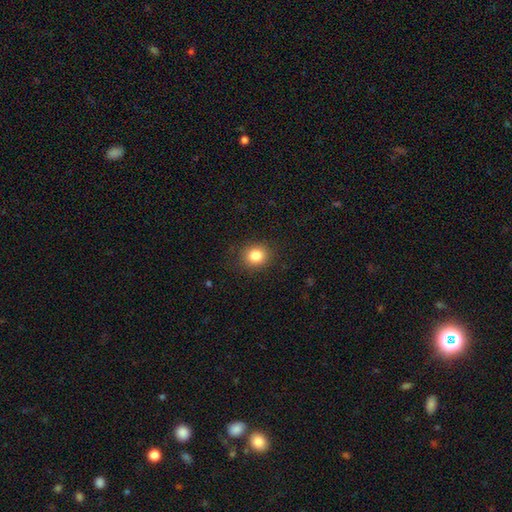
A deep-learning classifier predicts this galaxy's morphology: smooth_or_featured: smooth (p=0.83) [alt: star or artifact p=0.11]
how_rounded: round (p=0.79) [alt: in between p=0.20]
merging: none (p=0.88) [alt: minor disturbance p=0.08]